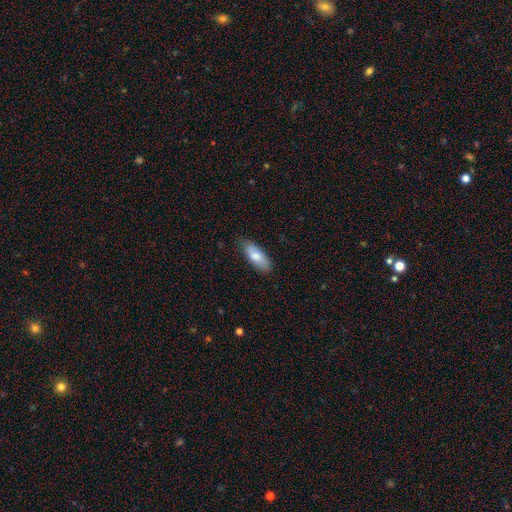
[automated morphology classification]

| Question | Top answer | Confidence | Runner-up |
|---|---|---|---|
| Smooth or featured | smooth | 80% | featured or disk (15%) |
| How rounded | in between | 78% | cigar-shaped (20%) |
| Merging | none | 80% | minor disturbance (16%) |